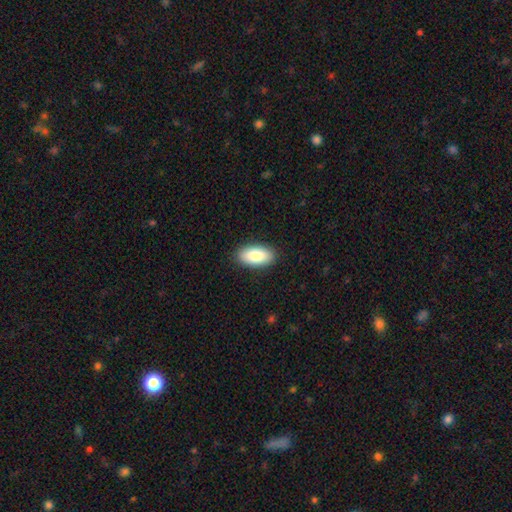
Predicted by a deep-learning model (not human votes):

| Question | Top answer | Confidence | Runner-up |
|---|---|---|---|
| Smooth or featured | smooth | 84% | featured or disk (9%) |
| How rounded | in between | 93% | cigar-shaped (4%) |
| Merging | none | 89% | minor disturbance (8%) |